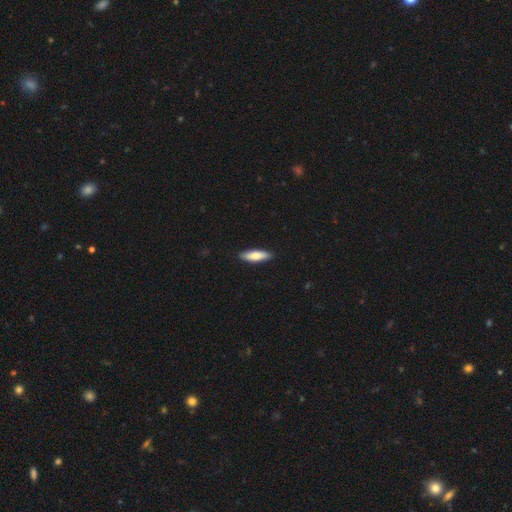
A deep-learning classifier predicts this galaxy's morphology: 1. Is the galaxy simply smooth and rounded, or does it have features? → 74% smooth, 21% featured or disk, 5% star or artifact.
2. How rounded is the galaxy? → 57% cigar-shaped, 42% in between, 2% round.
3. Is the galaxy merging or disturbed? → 90% none, 8% minor disturbance, 1% major disturbance, 1% merger.